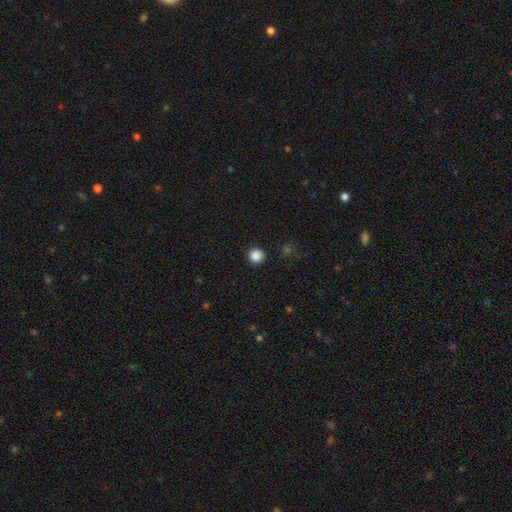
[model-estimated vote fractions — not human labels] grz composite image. It shows a smooth galaxy with no disk features (87%) that is round (94%). Merging: none (91%).